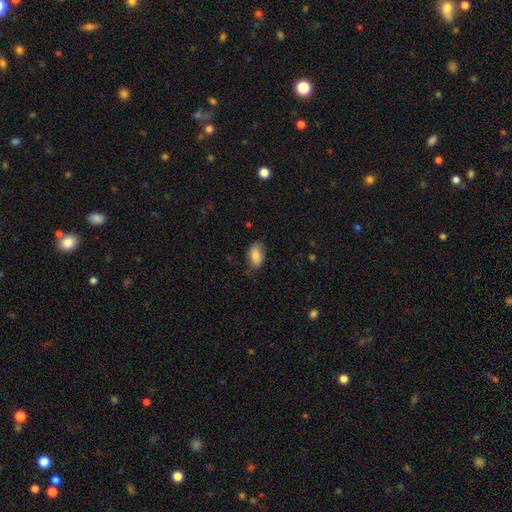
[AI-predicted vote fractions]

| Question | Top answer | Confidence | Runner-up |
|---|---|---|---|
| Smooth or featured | smooth | 80% | featured or disk (13%) |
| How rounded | in between | 92% | round (6%) |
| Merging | none | 72% | minor disturbance (22%) |